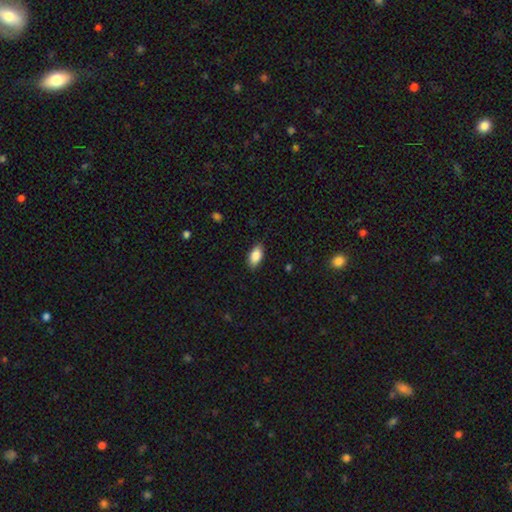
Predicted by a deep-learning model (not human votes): Overall: smooth (87%). How rounded: in between (91%). Merging: none (84%).